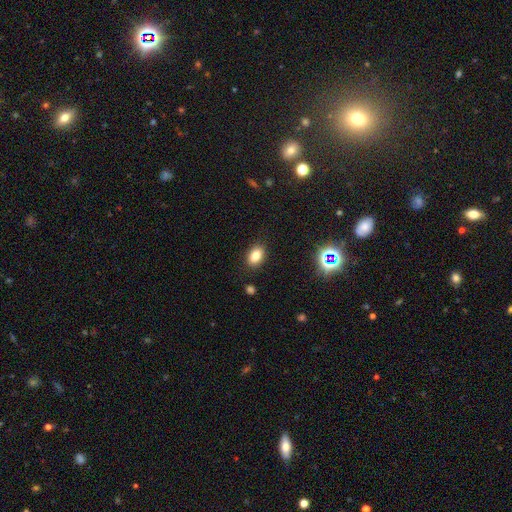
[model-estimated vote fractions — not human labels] This is clearly a smooth galaxy (81%). How rounded: clearly in between (84%). Merging: clearly none (87%).